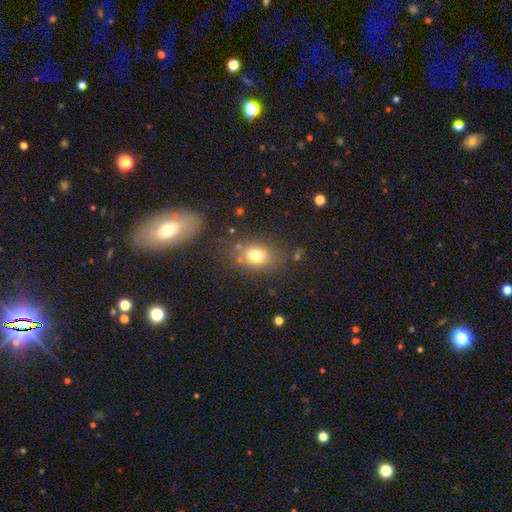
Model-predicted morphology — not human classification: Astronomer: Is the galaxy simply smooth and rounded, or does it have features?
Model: smooth — 75%.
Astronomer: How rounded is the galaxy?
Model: in between — 61% (runner-up: round, 37%).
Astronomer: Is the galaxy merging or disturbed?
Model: none — 71%.